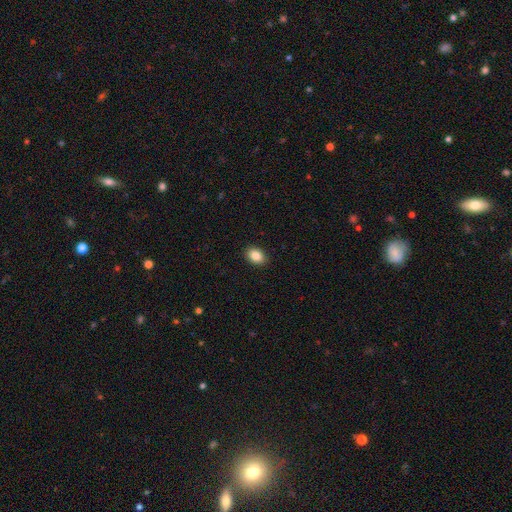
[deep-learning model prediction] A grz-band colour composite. It shows a smooth galaxy with no disk features (87%) that is in between round and cigar-shaped (77%). Merging: none (91%).